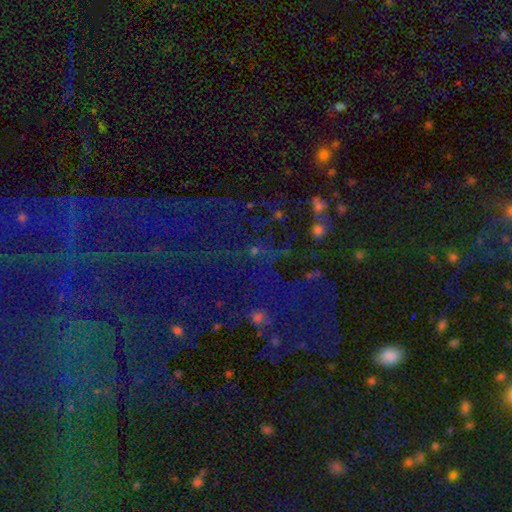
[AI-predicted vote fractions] Overall: star or artifact (77%).